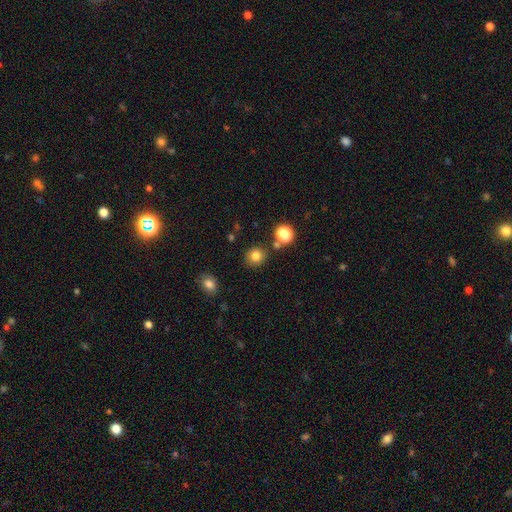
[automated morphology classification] smooth-or-featured: smooth: 81% | star or artifact: 13% | featured or disk: 6%
  how-rounded: round: 83% | in between: 16% | cigar-shaped: 1%
  merging: none: 83% | minor disturbance: 9% | merger: 5% | major disturbance: 3%